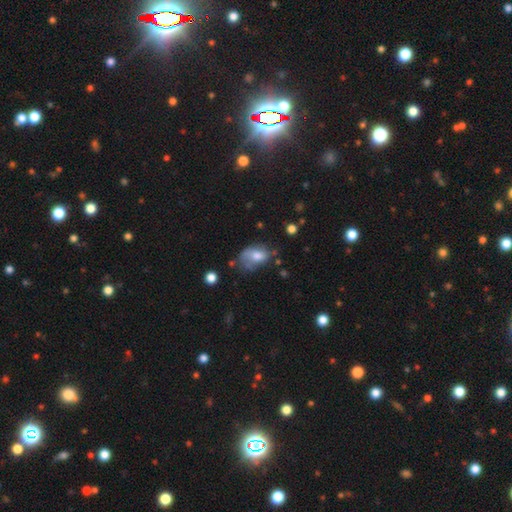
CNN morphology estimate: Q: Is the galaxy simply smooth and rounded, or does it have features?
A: smooth — 64%.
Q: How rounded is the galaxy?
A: in between — 80%.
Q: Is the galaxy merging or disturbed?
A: none — 34%.